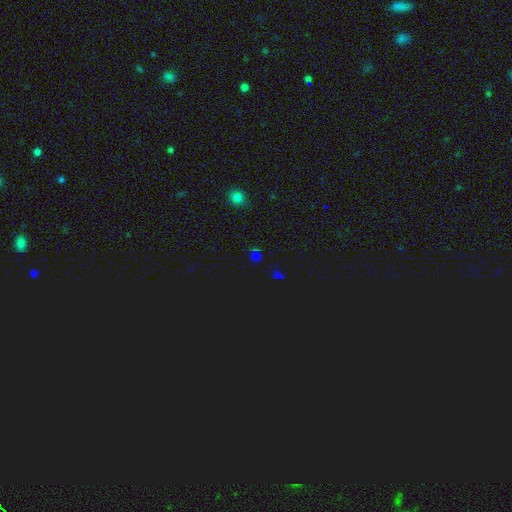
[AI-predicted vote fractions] This appears to be a star or artifact, not a galaxy (61%).